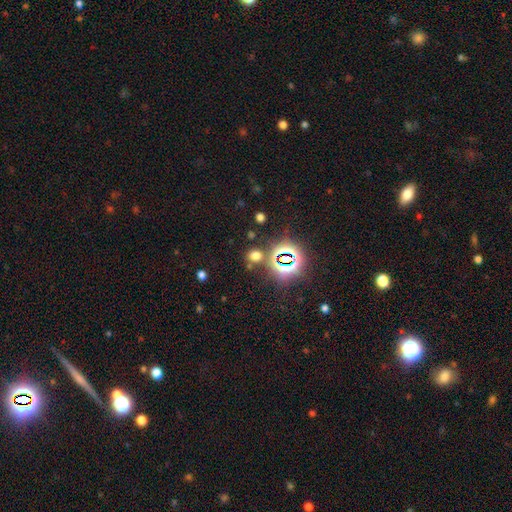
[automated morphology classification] smooth_or_featured: smooth (p=0.55) [alt: star or artifact p=0.39]
how_rounded: round (p=0.67) [alt: in between p=0.31]
merging: none (p=0.78) [alt: minor disturbance p=0.09]